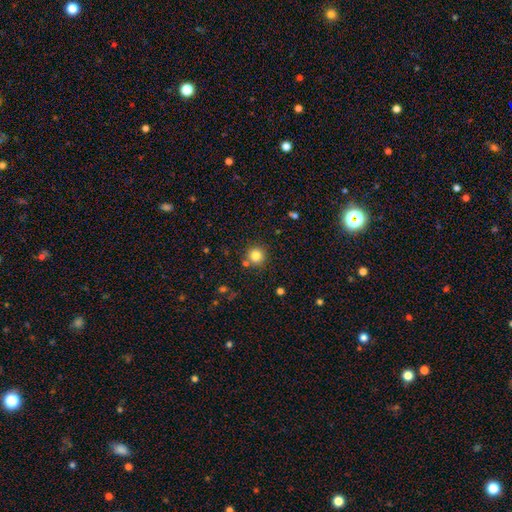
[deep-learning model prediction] Overall: smooth (82%). How rounded: round (94%). Merging: none (83%).